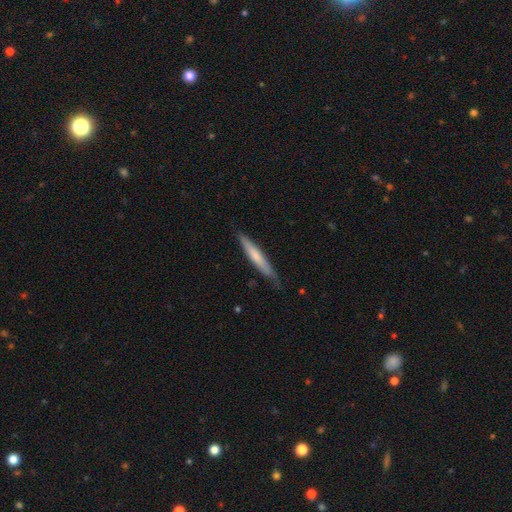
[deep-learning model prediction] Morphology: type=smooth (63%); roundness=cigar-shaped (94%); merging=none (78%).